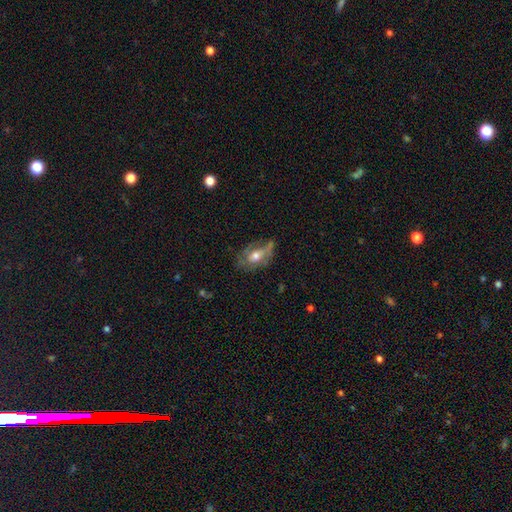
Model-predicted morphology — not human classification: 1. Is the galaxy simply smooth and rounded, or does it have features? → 51% featured or disk, 41% smooth, 8% star or artifact.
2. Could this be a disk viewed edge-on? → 90% no, 10% yes.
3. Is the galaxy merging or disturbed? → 44% none, 30% minor disturbance, 20% major disturbance, 5% merger.